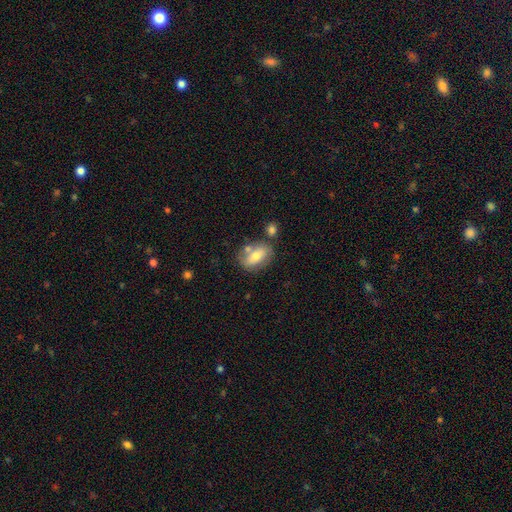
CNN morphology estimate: A smooth galaxy with no disk features (62%) that is in between round and cigar-shaped (84%). Merging: none (62%).